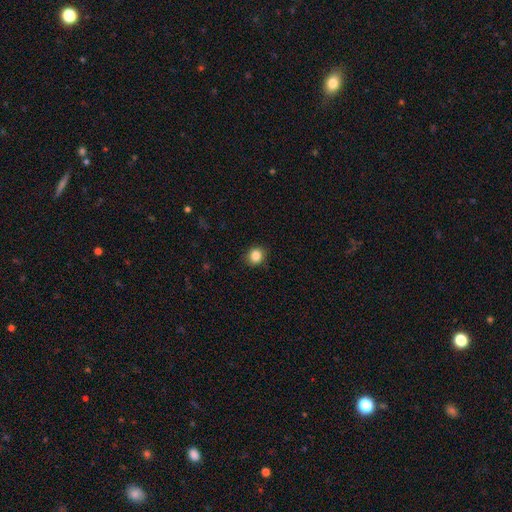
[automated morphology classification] Overall: smooth (86%). How rounded: round (85%). Merging: none (88%).